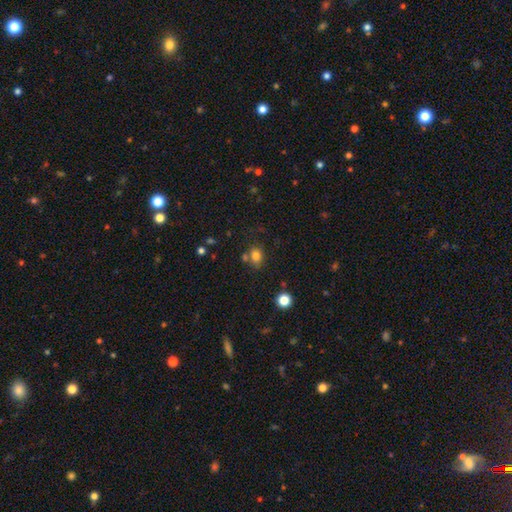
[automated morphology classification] This is likely a smooth galaxy (78%). How rounded: possibly in between (56%). Merging: likely none (62%).